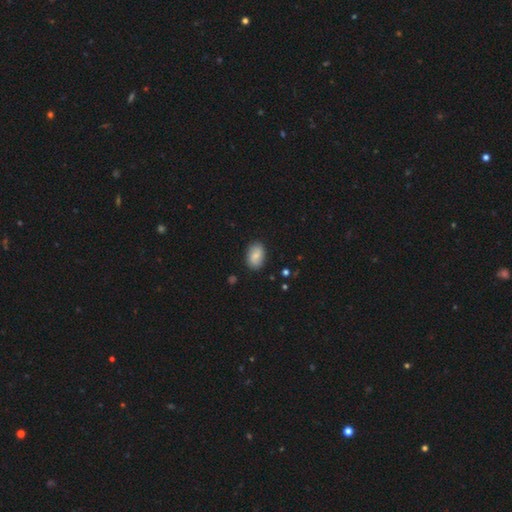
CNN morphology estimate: Smooth or featured? Predicted: smooth (p=0.76). How rounded? Predicted: in between (p=0.88). Merging? Predicted: none (p=0.85).